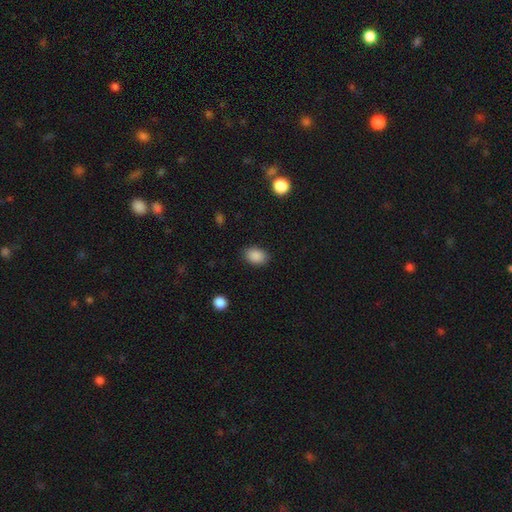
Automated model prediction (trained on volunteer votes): Smooth or featured? Predicted: smooth (p=0.88). How rounded? Predicted: in between (p=0.81). Merging? Predicted: none (p=0.86).